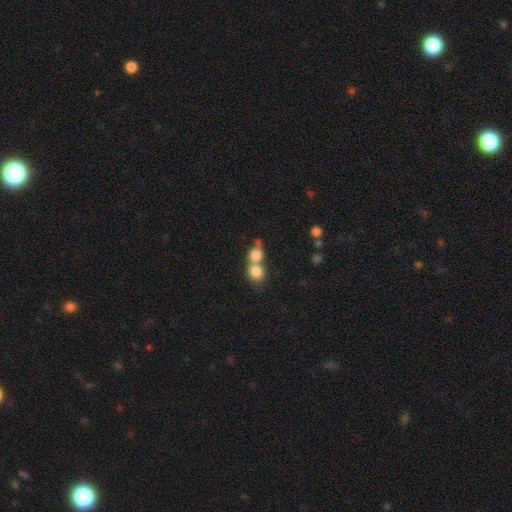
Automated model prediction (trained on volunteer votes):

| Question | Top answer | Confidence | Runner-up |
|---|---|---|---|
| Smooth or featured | smooth | 79% | featured or disk (12%) |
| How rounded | round | 67% | in between (31%) |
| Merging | merger | 68% | none (23%) |